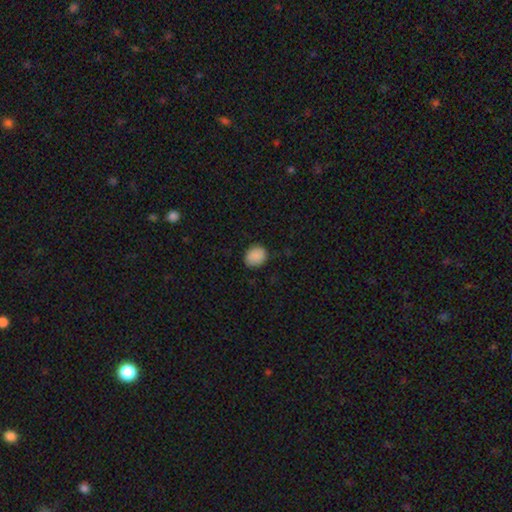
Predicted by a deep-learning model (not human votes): smooth 89%, star or artifact 8%, featured or disk 3%. Down the decision tree: how rounded — round (59%); merging — none (84%).